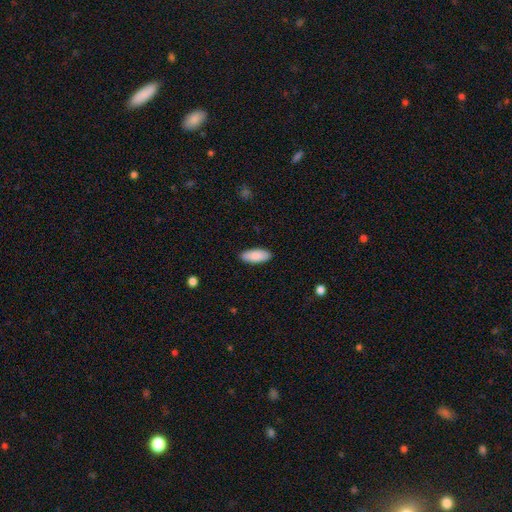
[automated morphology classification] smooth_or_featured: smooth (p=0.89) [alt: featured or disk p=0.06]
how_rounded: in between (p=0.82) [alt: cigar-shaped p=0.17]
merging: none (p=0.90) [alt: minor disturbance p=0.08]